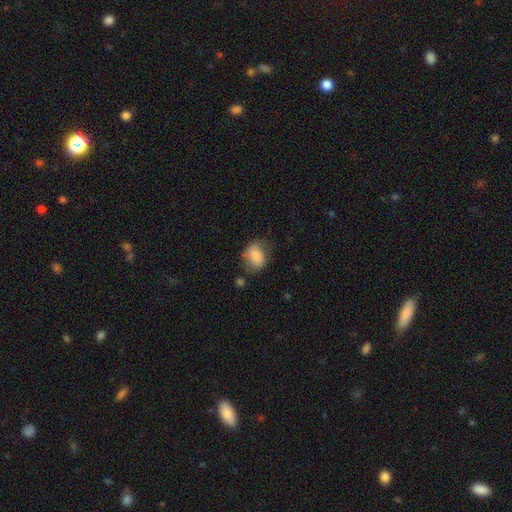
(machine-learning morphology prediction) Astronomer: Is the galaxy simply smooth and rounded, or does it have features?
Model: smooth — 80%.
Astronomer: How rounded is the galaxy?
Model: in between — 57% (runner-up: round, 42%).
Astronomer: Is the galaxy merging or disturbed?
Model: none — 63%.